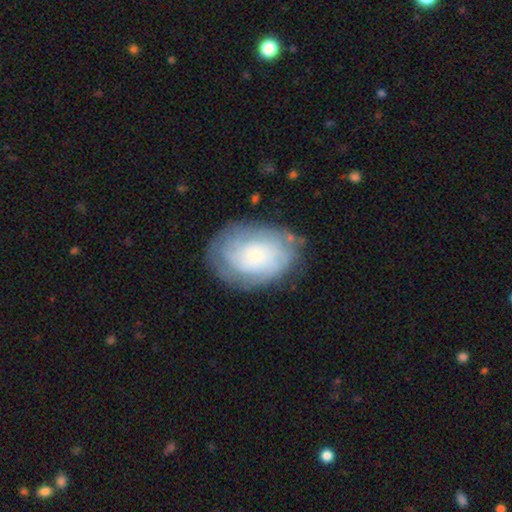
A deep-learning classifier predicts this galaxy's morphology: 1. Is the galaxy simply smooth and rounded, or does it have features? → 55% featured or disk, 37% smooth, 8% star or artifact.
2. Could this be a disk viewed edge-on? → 96% no, 4% yes.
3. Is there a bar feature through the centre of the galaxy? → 83% no, 15% weak, 3% strong.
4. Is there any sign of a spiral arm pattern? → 80% yes, 20% no.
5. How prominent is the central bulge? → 67% small, 16% moderate, 8% none, 6% large, 3% dominant.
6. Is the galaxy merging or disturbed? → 71% none, 19% minor disturbance, 8% major disturbance, 2% merger.